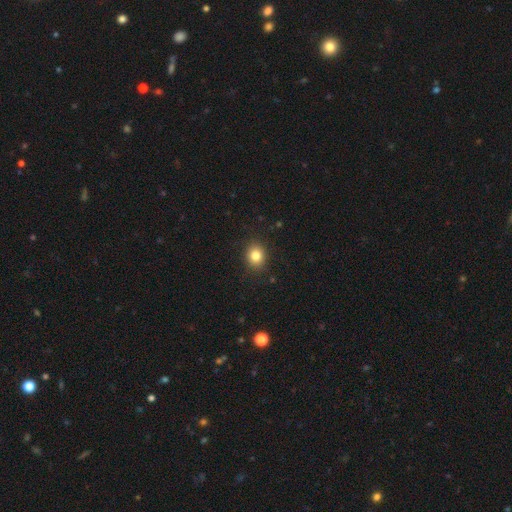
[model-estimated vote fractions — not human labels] This appears to be a smooth galaxy with no disk features (82%) that is round (66%). Merging: none (89%).